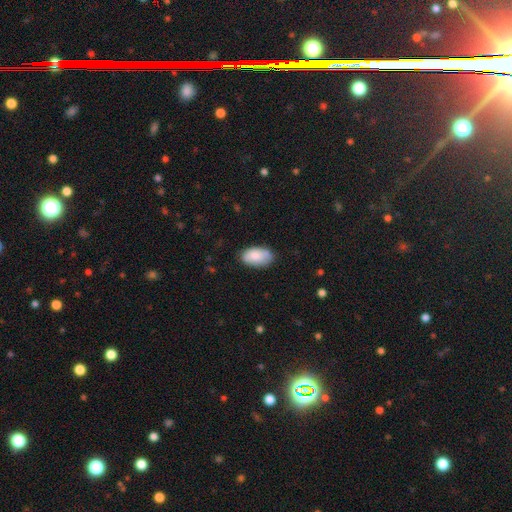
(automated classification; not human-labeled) Overall: smooth (84%). How rounded: in between (95%). Merging: none (79%).